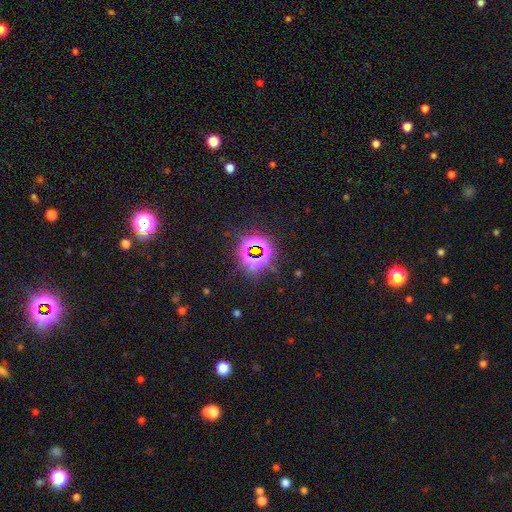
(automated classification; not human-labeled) Q: Smooth or featured?
A: star or artifact (79%); runner-up: smooth (13%)